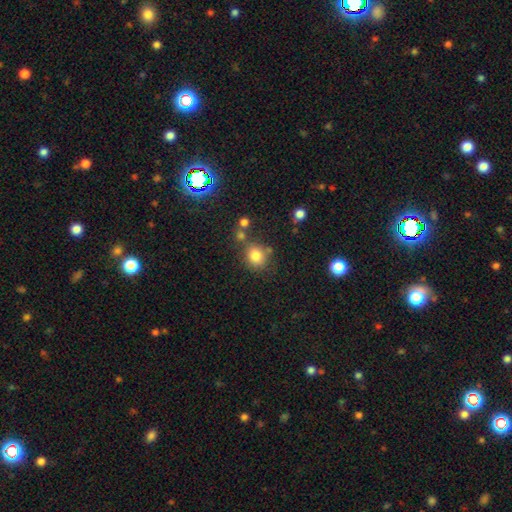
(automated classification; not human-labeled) Smooth or featured?
  - smooth: 80% *
  - star or artifact: 12%
  - featured or disk: 7%
How rounded?
  - round: 79% *
  - in between: 20%
  - cigar-shaped: 1%
Merging?
  - none: 67% *
  - minor disturbance: 14%
  - merger: 14%
  - major disturbance: 5%